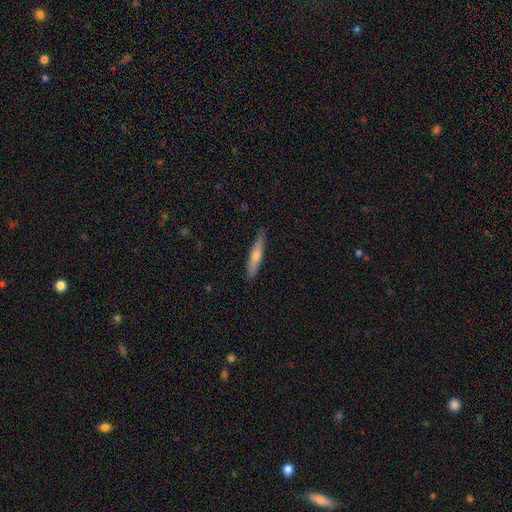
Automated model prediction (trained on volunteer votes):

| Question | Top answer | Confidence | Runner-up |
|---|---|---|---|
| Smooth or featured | smooth | 49% | featured or disk (45%) |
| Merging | none | 88% | minor disturbance (9%) |